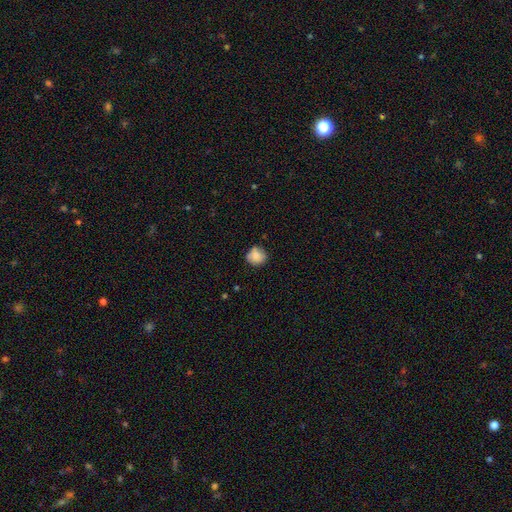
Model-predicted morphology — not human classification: Smooth or featured? smooth (84%)
How rounded? round (86%)
Merging? none (75%)